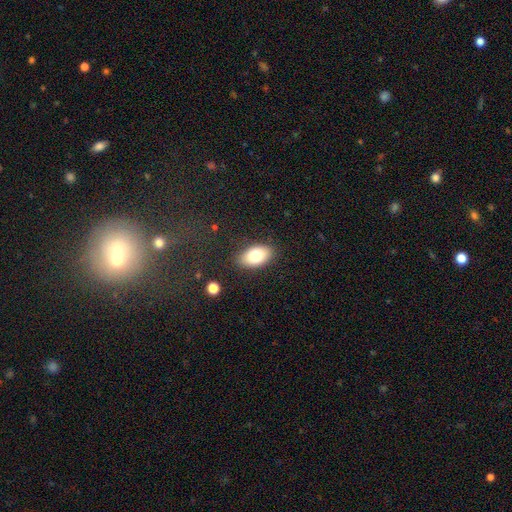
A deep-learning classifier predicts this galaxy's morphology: Smooth or featured: smooth — 80% (featured or disk — 12%)
How rounded: in between — 93% (round — 5%)
Merging: none — 86% (minor disturbance — 10%)